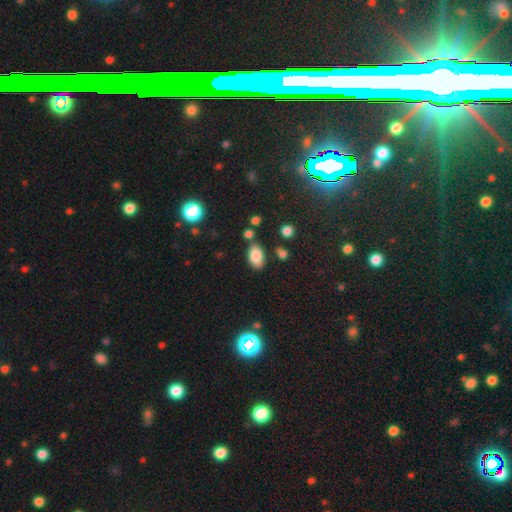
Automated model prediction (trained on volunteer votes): The model was most divided on "merging": none: 77%, minor disturbance: 14%, merger: 6%, major disturbance: 3%. More confident: how rounded — in between (92%); smooth or featured — smooth (84%).